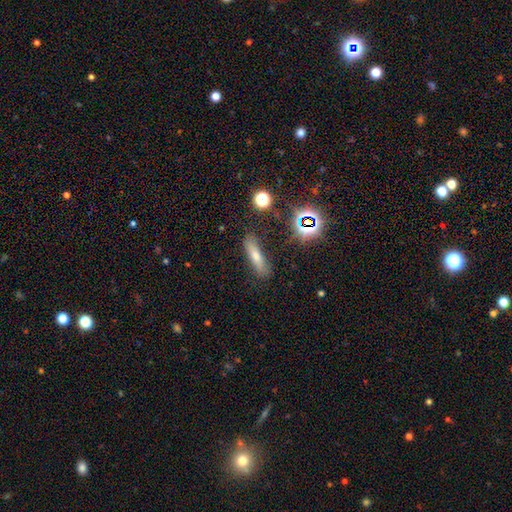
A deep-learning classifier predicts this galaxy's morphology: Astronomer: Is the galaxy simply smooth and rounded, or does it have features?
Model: smooth — 57%.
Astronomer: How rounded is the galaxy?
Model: cigar-shaped — 72%.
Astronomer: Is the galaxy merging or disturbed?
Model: none — 82%.